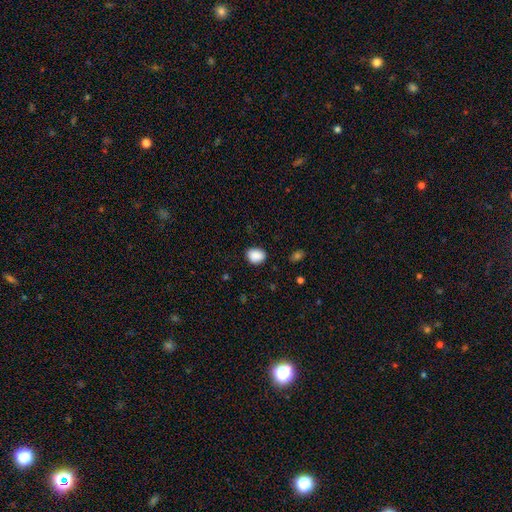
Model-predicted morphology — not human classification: Smooth or featured? Predicted: smooth (p=0.89). How rounded? Predicted: in between (p=0.57). Merging? Predicted: none (p=0.83).